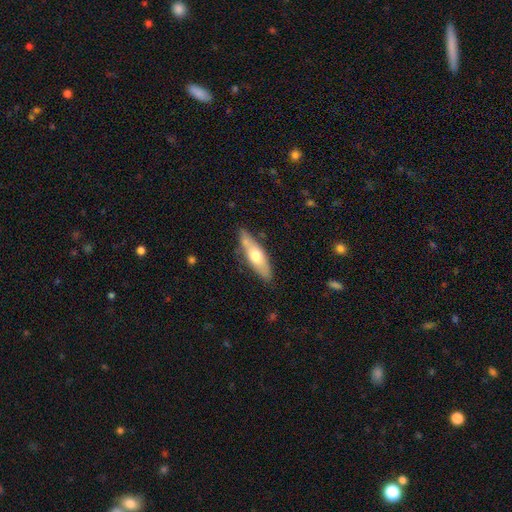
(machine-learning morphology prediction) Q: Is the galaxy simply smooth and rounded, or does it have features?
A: smooth — 55%.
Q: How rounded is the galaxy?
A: cigar-shaped — 54%.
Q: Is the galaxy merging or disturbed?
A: none — 76%.